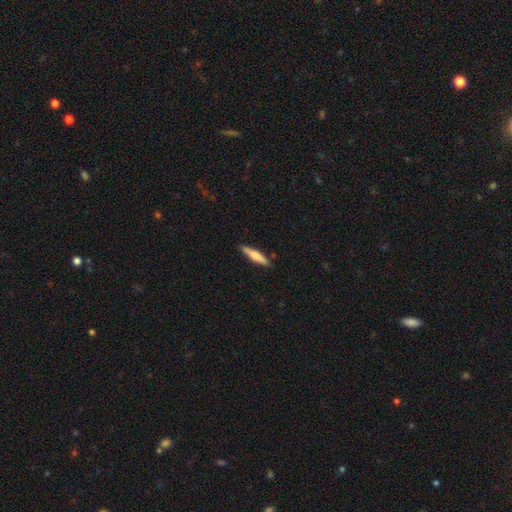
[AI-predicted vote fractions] A smooth galaxy with no disk features (59%) that is cigar-shaped (86%). Merging: none (89%).